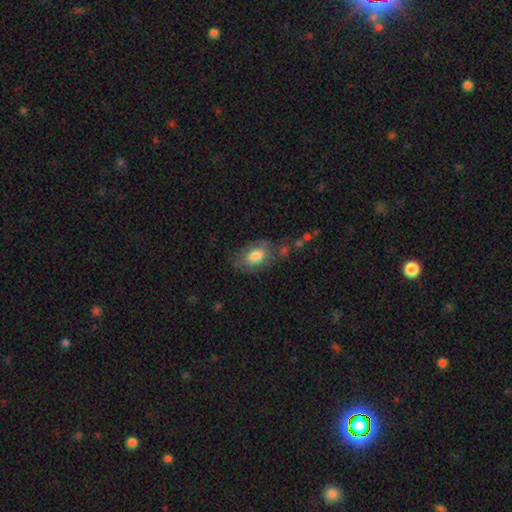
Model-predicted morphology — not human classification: smooth_or_featured: smooth (p=0.72) [alt: featured or disk p=0.21]
how_rounded: in between (p=0.88) [alt: round p=0.10]
merging: none (p=0.58) [alt: minor disturbance p=0.24]